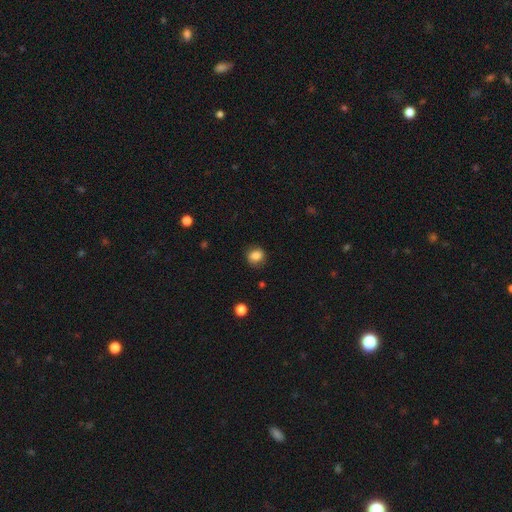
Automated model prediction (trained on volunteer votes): This appears to be a smooth galaxy with no disk features (84%) that is round (68%). Merging: none (79%).